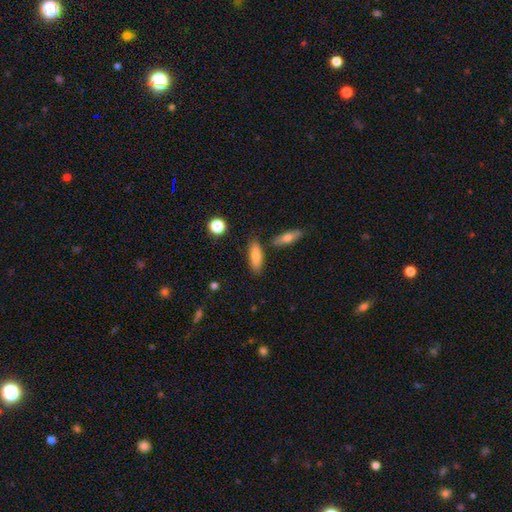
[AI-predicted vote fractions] A smooth galaxy with no disk features (75%) that is in between round and cigar-shaped (67%). Merging: none (75%).